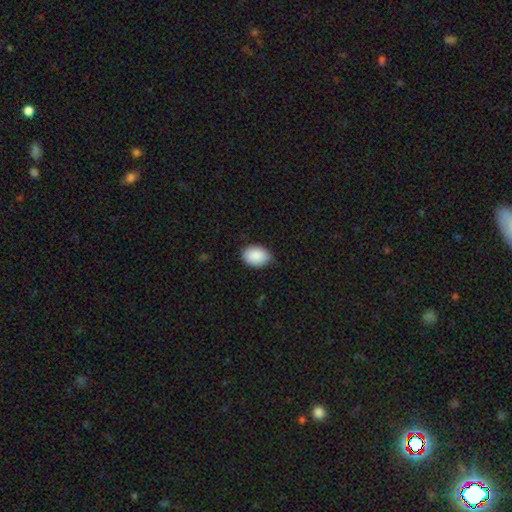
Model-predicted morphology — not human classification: type=smooth (90%); roundness=in between (80%); merging=none (81%).